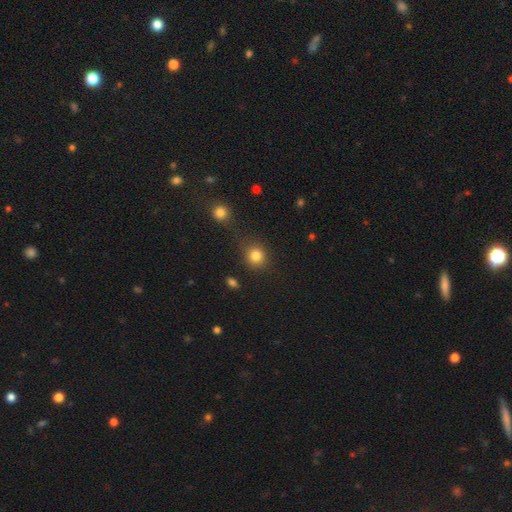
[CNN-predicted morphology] smooth-or-featured: smooth: 82% | star or artifact: 12% | featured or disk: 6%
  how-rounded: round: 84% | in between: 15% | cigar-shaped: 1%
  merging: none: 75% | minor disturbance: 11% | merger: 9% | major disturbance: 5%